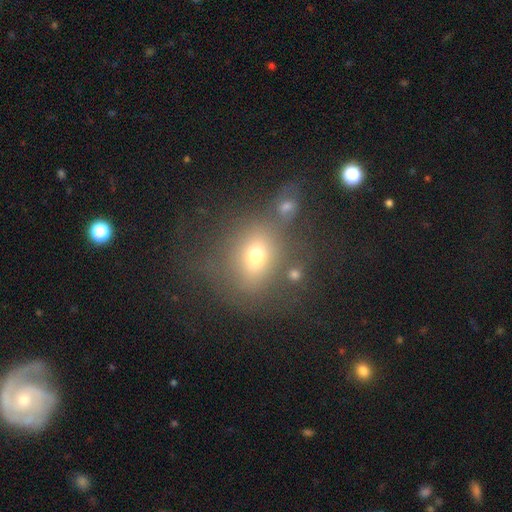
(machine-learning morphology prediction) A smooth galaxy with no disk features (63%) that is round (52%). Merging: none (55%).